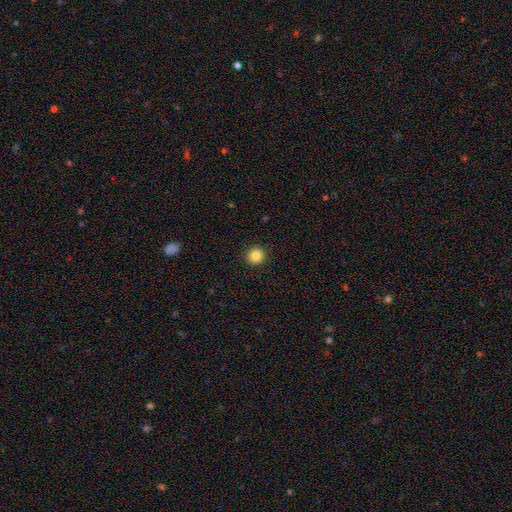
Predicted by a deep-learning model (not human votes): Morphology: type=smooth (84%); roundness=round (94%); merging=none (93%).